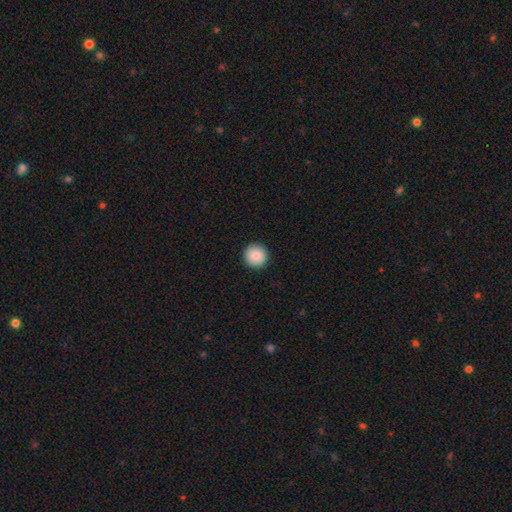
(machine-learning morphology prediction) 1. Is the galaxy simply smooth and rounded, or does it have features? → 88% smooth, 8% star or artifact, 5% featured or disk.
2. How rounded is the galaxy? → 96% round, 3% in between, 1% cigar-shaped.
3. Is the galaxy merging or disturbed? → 93% none, 4% minor disturbance, 2% major disturbance, 1% merger.